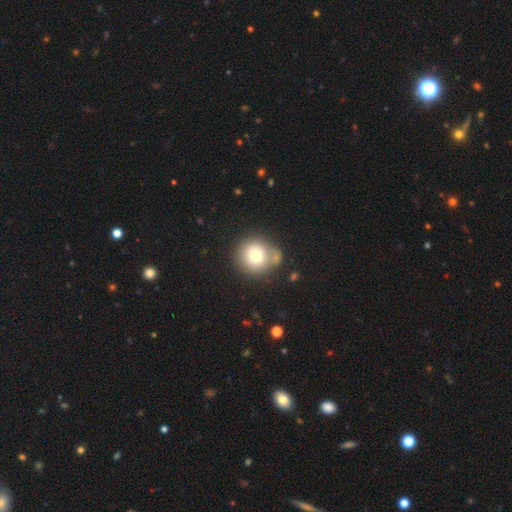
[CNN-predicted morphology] smooth_or_featured: smooth (p=0.75) [alt: featured or disk p=0.15]
how_rounded: round (p=0.92) [alt: in between p=0.07]
merging: none (p=0.65) [alt: merger p=0.15]